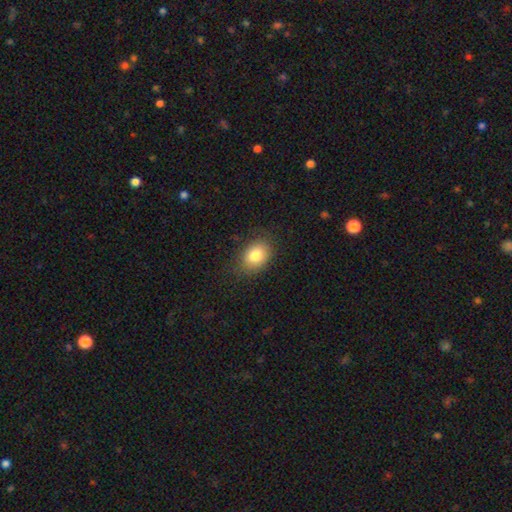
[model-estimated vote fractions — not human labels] Smooth or featured? Predicted: smooth (p=0.80). How rounded? Predicted: in between (p=0.71). Merging? Predicted: none (p=0.81).